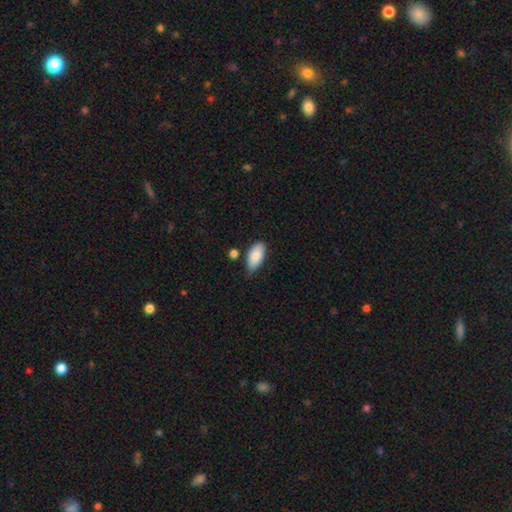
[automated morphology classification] Smooth or featured? smooth (85%)
How rounded? in between (91%)
Merging? none (64%)